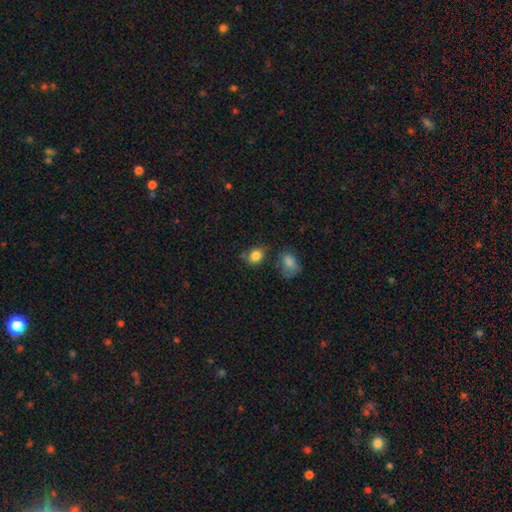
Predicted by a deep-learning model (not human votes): Smooth or featured? Predicted: smooth (p=0.83). How rounded? Predicted: in between (p=0.51). Merging? Predicted: none (p=0.62).